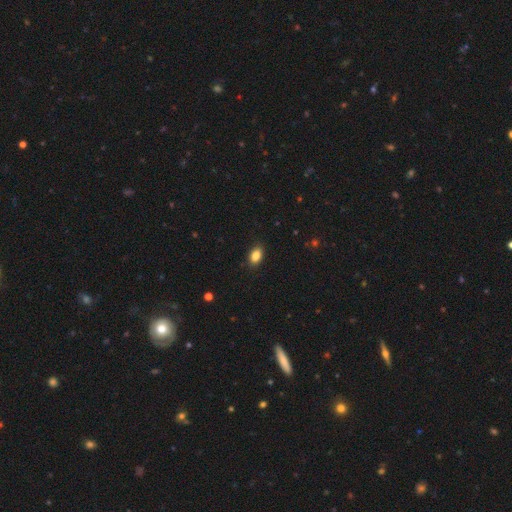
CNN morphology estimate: Smooth or featured: smooth — 86% (star or artifact — 9%)
How rounded: in between — 87% (round — 12%)
Merging: none — 86% (minor disturbance — 11%)